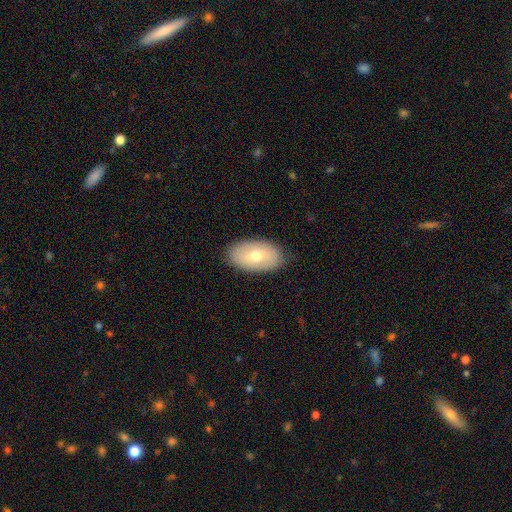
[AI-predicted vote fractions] Smooth or featured: smooth — 62% (featured or disk — 31%)
How rounded: in between — 93% (round — 5%)
Merging: none — 85% (minor disturbance — 12%)